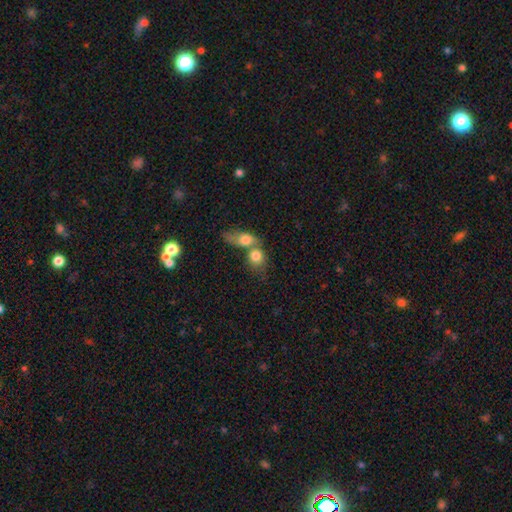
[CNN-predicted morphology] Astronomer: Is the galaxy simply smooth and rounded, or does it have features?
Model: smooth — 79%.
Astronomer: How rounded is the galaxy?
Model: round — 57% (runner-up: in between, 40%).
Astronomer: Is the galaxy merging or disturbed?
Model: merger — 68%.